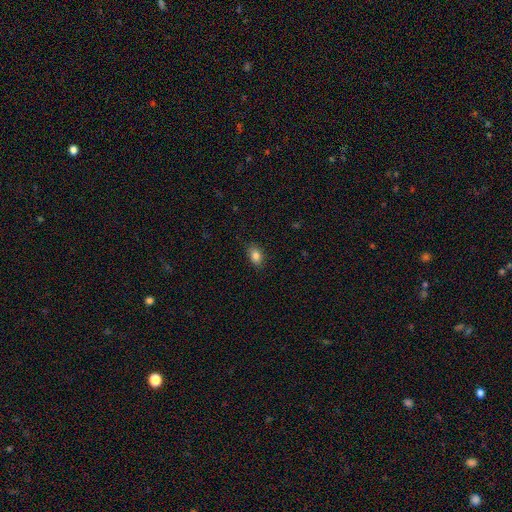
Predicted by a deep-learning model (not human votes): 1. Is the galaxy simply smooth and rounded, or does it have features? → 85% smooth, 9% star or artifact, 6% featured or disk.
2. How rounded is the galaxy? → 83% in between, 16% round, 2% cigar-shaped.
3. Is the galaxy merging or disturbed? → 86% none, 11% minor disturbance, 2% major disturbance, 1% merger.